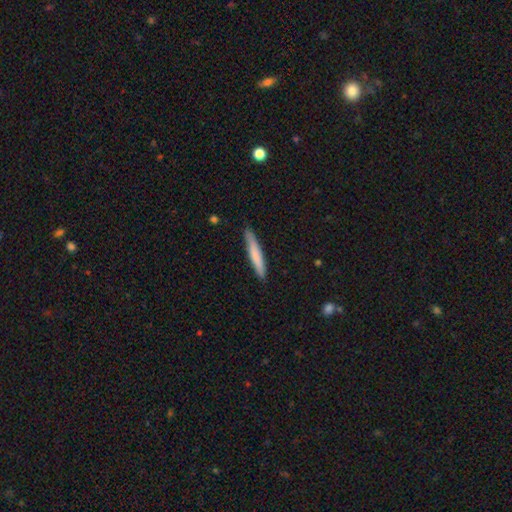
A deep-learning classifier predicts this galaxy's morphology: Overall: smooth (74%). How rounded: cigar-shaped (94%). Merging: none (87%).